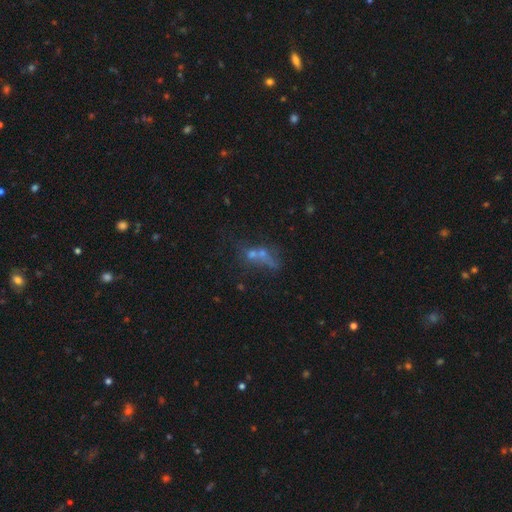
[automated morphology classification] Smooth or featured: smooth — 39% (star or artifact — 31%)
Merging: merger — 41% (none — 33%)